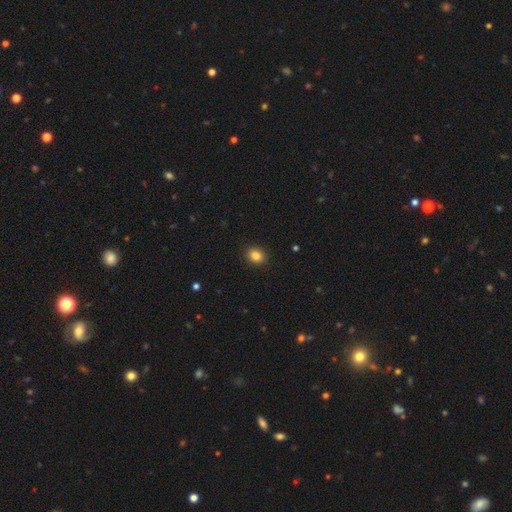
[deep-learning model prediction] Smooth or featured?
  - smooth: 85% *
  - star or artifact: 10%
  - featured or disk: 4%
How rounded?
  - round: 53% *
  - in between: 46%
  - cigar-shaped: 1%
Merging?
  - none: 91% *
  - minor disturbance: 6%
  - major disturbance: 2%
  - merger: 1%